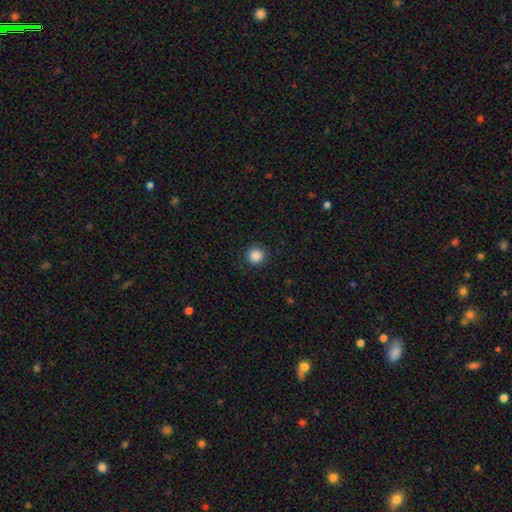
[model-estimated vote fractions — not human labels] This is clearly a smooth galaxy (87%). How rounded: clearly round (94%). Merging: clearly none (91%).